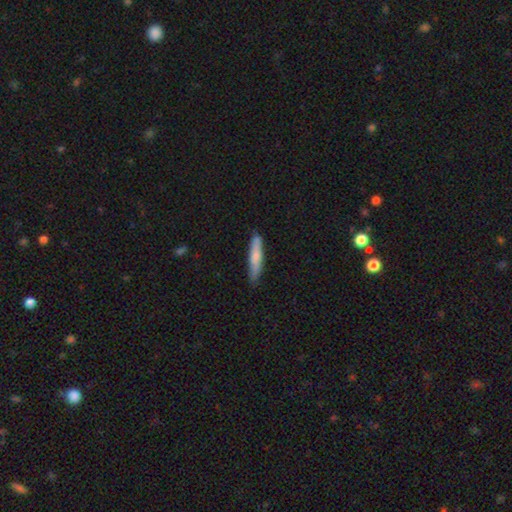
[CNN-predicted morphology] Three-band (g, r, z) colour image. It shows a smooth galaxy with no disk features (69%) that is cigar-shaped (88%). Merging: none (81%).